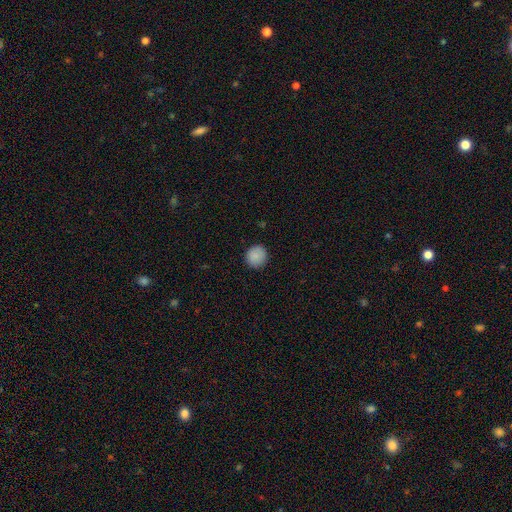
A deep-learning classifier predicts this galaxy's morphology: Smooth or featured? smooth (88%)
How rounded? round (92%)
Merging? none (90%)